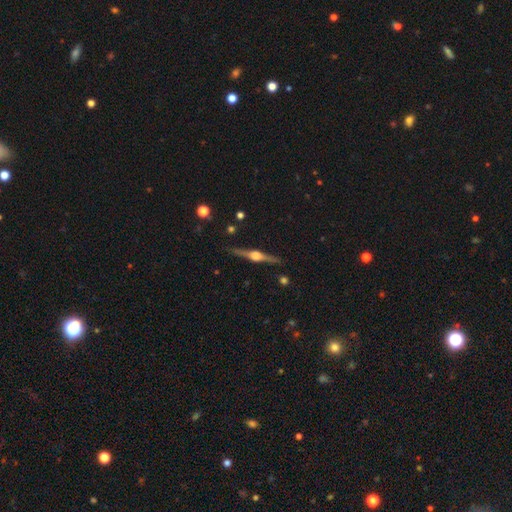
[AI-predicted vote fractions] A featured or disk galaxy (85%) viewed edge-on (98%) with a rounded central bulge (93%).

Vote fractions:
- Smooth or featured? featured or disk: 85% / smooth: 10% / star or artifact: 6%
- Edge-on disk? yes: 98% / no: 2%
- Edge-on bulge? rounded: 93% / boxy: 6% / none: 2%
- Merging? none: 90% / minor disturbance: 7% / major disturbance: 2% / merger: 1%